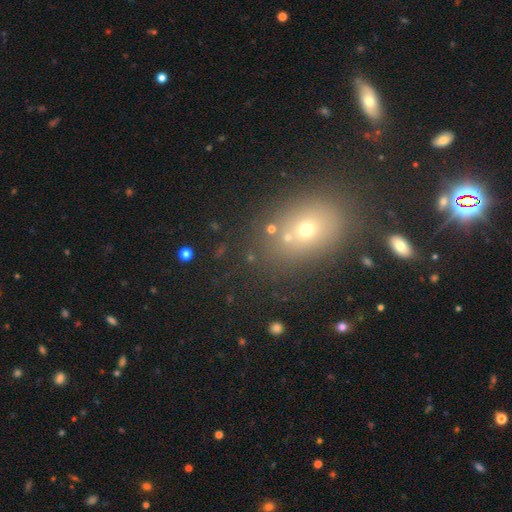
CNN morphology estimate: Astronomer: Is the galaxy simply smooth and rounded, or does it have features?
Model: smooth — 50% (runner-up: star or artifact, 35%).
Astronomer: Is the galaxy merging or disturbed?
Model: none — 76%.